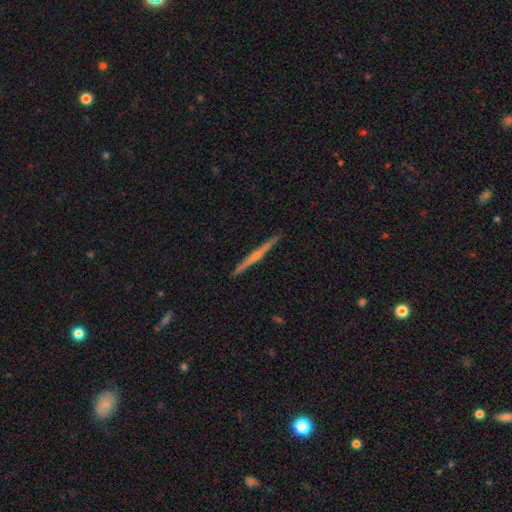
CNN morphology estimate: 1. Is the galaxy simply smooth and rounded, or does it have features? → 75% featured or disk, 20% smooth, 5% star or artifact.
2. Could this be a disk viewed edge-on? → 98% yes, 2% no.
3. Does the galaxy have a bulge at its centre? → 69% rounded, 25% none, 6% boxy.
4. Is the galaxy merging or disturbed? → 93% none, 5% minor disturbance, 1% major disturbance, 1% merger.